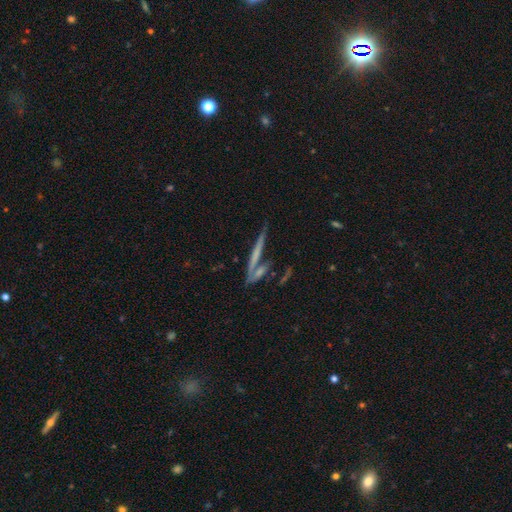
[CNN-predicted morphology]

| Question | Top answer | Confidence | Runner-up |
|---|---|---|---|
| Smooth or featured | featured or disk | 52% | smooth (36%) |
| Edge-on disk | yes | 81% | no (19%) |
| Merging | none | 48% | merger (33%) |